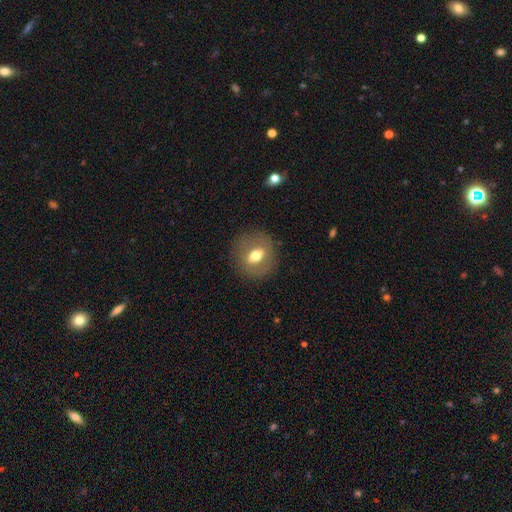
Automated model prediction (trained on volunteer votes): Morphology: type=smooth (52%); roundness=round (65%); merging=none (82%).